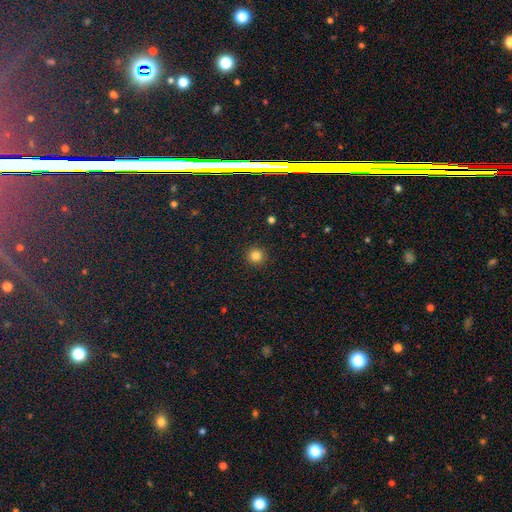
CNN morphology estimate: A smooth galaxy with no disk features (84%) that is round (95%).

Vote fractions:
- Smooth or featured? smooth: 84% / star or artifact: 12% / featured or disk: 4%
- How rounded? round: 95% / in between: 4% / cigar-shaped: 1%
- Merging? none: 92% / minor disturbance: 5% / major disturbance: 2% / merger: 1%